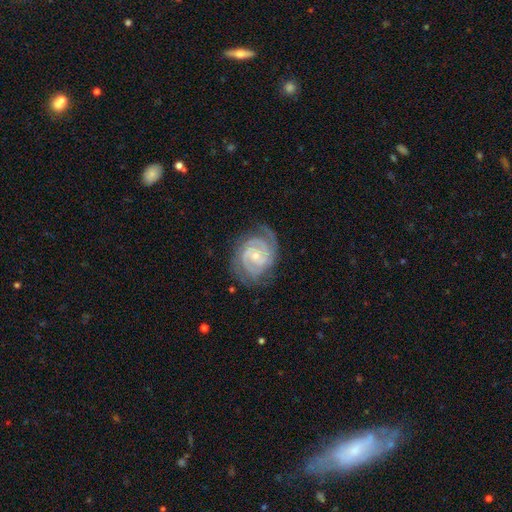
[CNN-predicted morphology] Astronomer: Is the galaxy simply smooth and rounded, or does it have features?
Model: featured or disk — 92%.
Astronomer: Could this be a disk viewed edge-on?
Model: no — 98%.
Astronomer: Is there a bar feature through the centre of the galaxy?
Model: no — 63%.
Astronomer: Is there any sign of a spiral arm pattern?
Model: yes — 99%.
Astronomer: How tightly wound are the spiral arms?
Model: tight — 76%.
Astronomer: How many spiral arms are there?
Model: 2 — 63%.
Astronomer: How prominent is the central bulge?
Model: small — 71%.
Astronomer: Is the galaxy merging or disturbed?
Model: none — 76%.